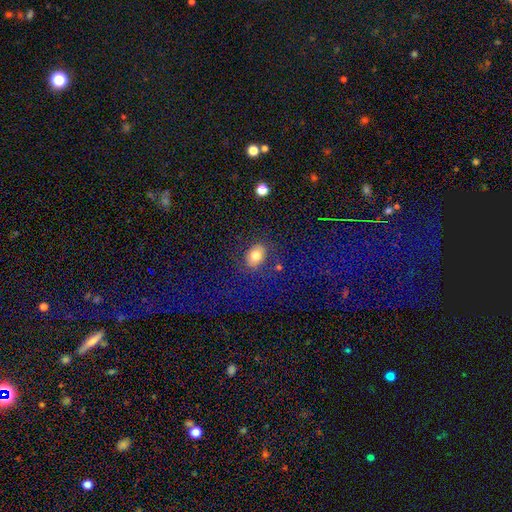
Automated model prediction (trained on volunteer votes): Overall: smooth (76%). How rounded: in between (67%; round 32%). Merging: none (80%).